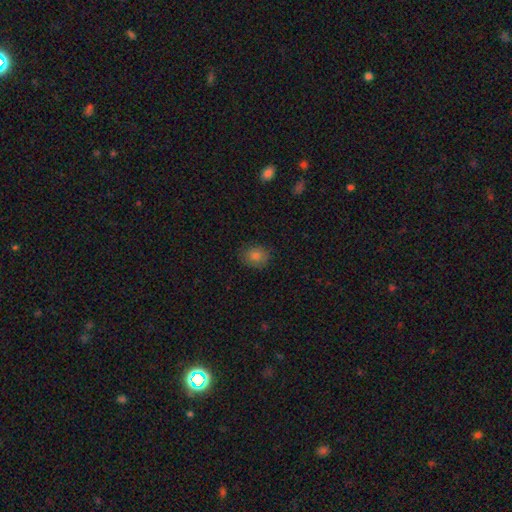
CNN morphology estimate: smooth-or-featured: smooth: 80% | star or artifact: 13% | featured or disk: 7%
  how-rounded: round: 57% | in between: 42% | cigar-shaped: 1%
  merging: none: 84% | minor disturbance: 12% | major disturbance: 3% | merger: 1%